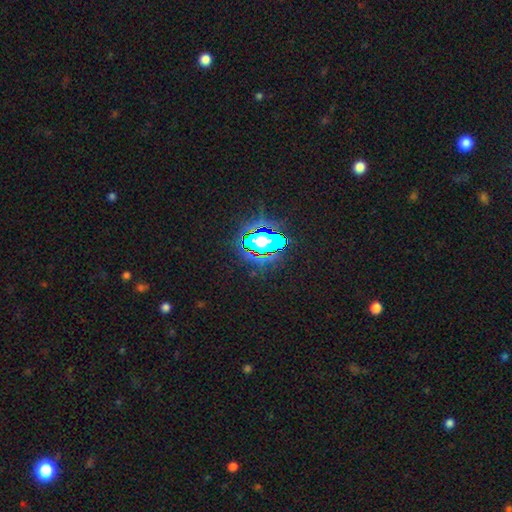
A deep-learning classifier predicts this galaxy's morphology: The model was most divided on "smooth or featured": star or artifact: 84%, smooth: 10%, featured or disk: 6%.